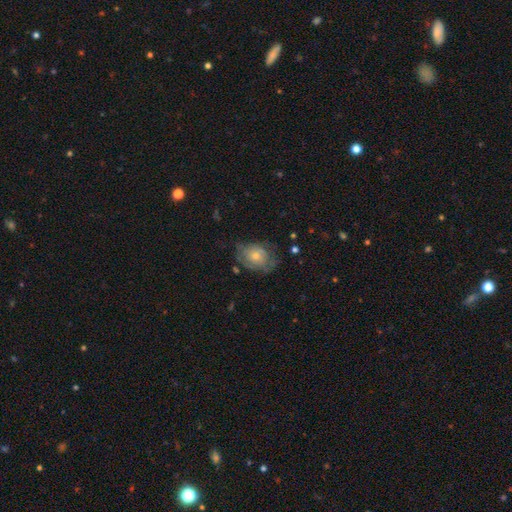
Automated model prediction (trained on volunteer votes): smooth-or-featured: smooth: 48% | featured or disk: 41% | star or artifact: 11%
  merging: none: 60% | minor disturbance: 27% | major disturbance: 12% | merger: 2%